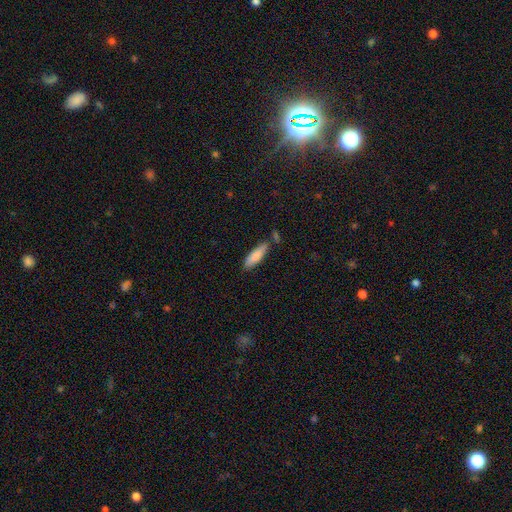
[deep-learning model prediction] A smooth galaxy with no disk features (85%) that is cigar-shaped (57%). Merging: none (70%).